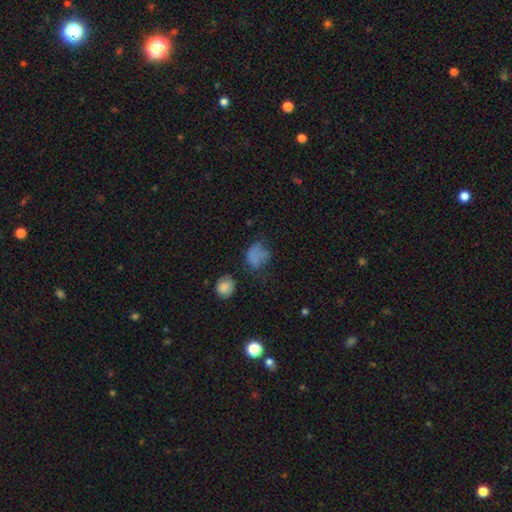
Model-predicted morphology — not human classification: smooth 72%, star or artifact 16%, featured or disk 12%. Down the decision tree: how rounded — round (57%); merging — none (41%).